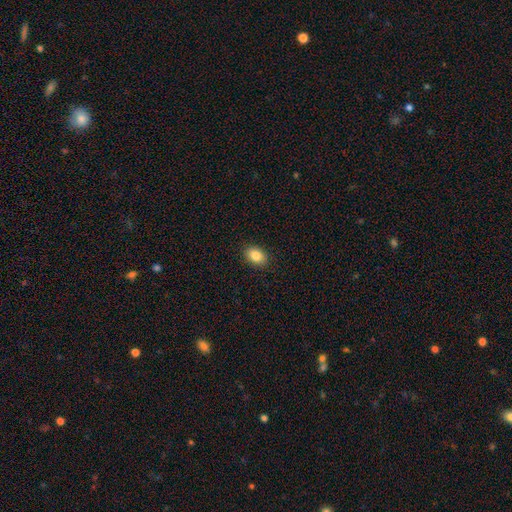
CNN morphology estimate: A smooth galaxy with no disk features (86%) that is in between round and cigar-shaped (83%).

Vote fractions:
- Smooth or featured? smooth: 86% / star or artifact: 9% / featured or disk: 5%
- How rounded? in between: 83% / round: 16% / cigar-shaped: 1%
- Merging? none: 90% / minor disturbance: 7% / major disturbance: 2% / merger: 1%